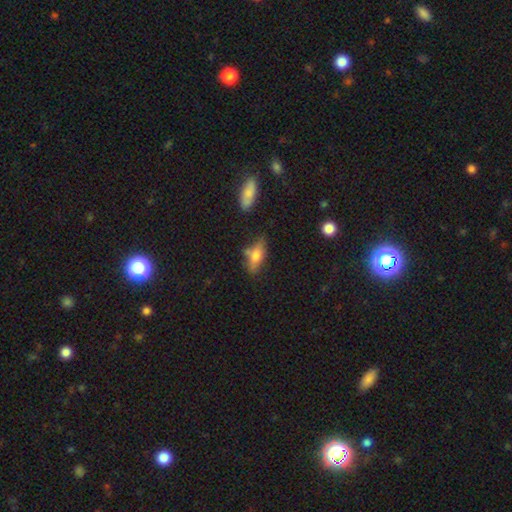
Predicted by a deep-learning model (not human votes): A smooth galaxy with no disk features (62%) that is in between round and cigar-shaped (69%). Merging: none (59%).